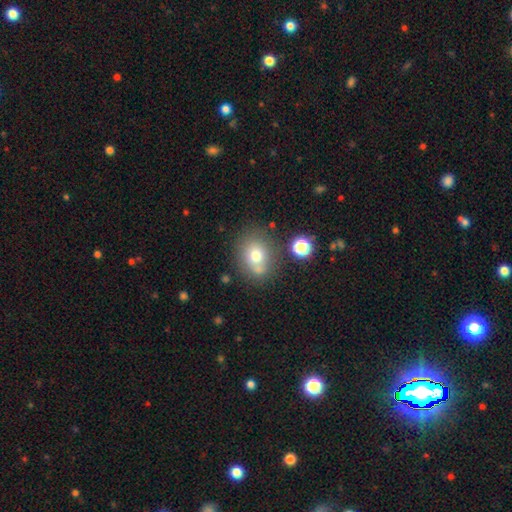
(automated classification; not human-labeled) The model was most divided on "how rounded": round: 64%, in between: 35%, cigar-shaped: 1%. More confident: smooth or featured — smooth (71%); merging — none (63%).